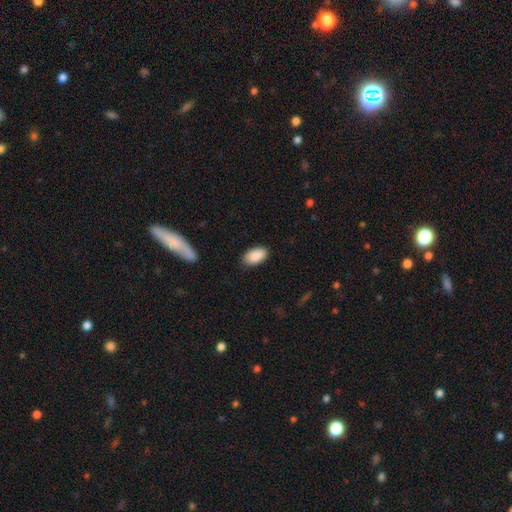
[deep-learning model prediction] Smooth or featured: smooth — 90% (star or artifact — 6%)
How rounded: in between — 94% (round — 3%)
Merging: none — 84% (minor disturbance — 13%)